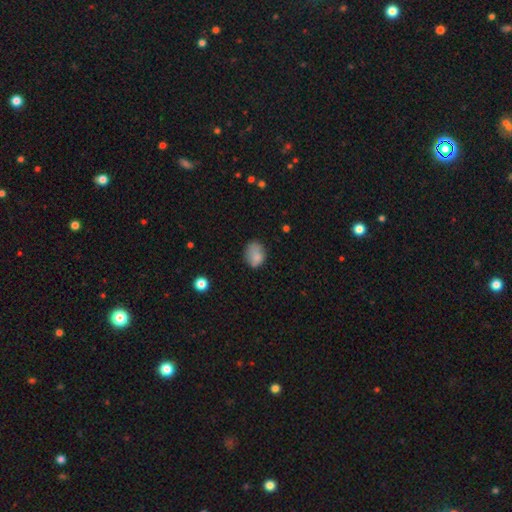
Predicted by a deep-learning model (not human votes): The model was most divided on "how rounded": in between: 59%, round: 40%, cigar-shaped: 1%. More confident: smooth or featured — smooth (81%); merging — none (61%).